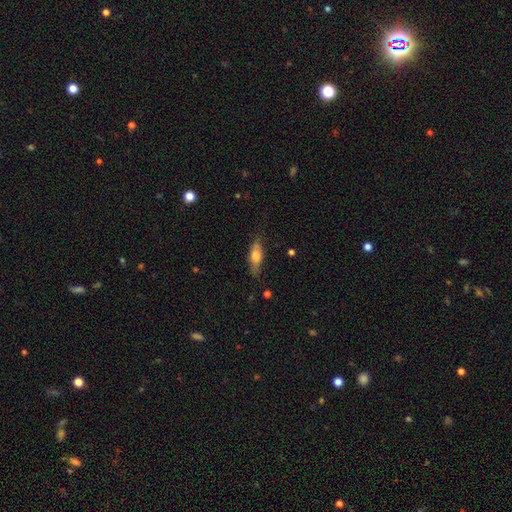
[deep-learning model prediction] The model was most divided on "how rounded": in between: 56%, cigar-shaped: 41%, round: 3%. More confident: merging — none (77%); smooth or featured — smooth (61%).